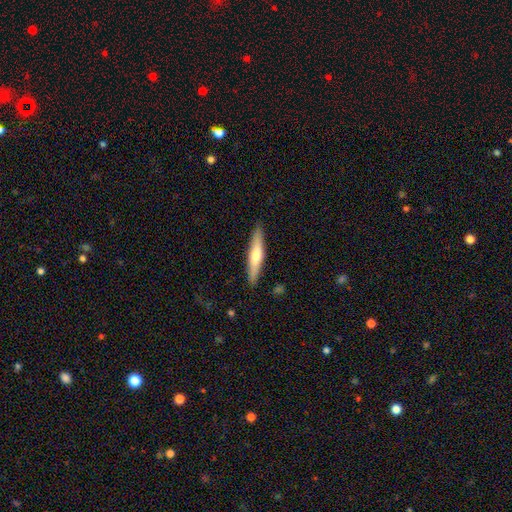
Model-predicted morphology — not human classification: Smooth or featured? smooth (53%)
How rounded? cigar-shaped (88%)
Merging? none (89%)